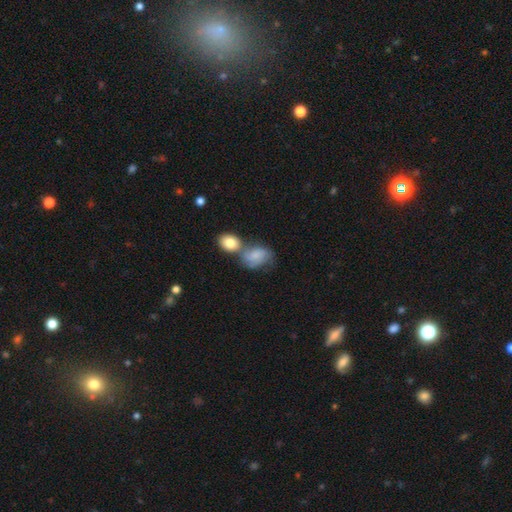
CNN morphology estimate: Smooth or featured?
  - smooth: 59% *
  - featured or disk: 33%
  - star or artifact: 8%
How rounded?
  - in between: 78% *
  - round: 20%
  - cigar-shaped: 2%
Merging?
  - merger: 45% *
  - none: 29%
  - minor disturbance: 17%
  - major disturbance: 10%